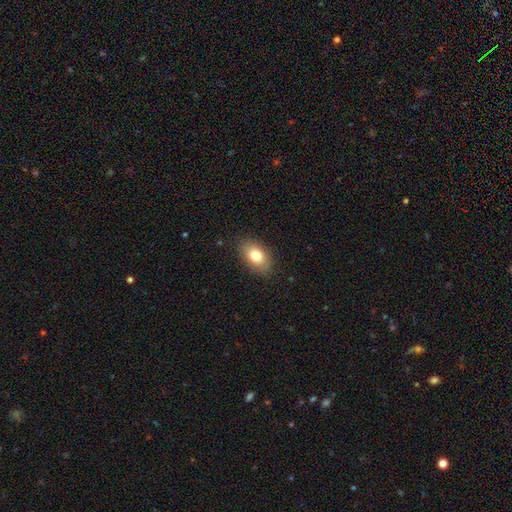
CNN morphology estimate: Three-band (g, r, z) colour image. It shows a smooth galaxy with no disk features (79%) that is in between round and cigar-shaped (87%). Merging: none (86%).